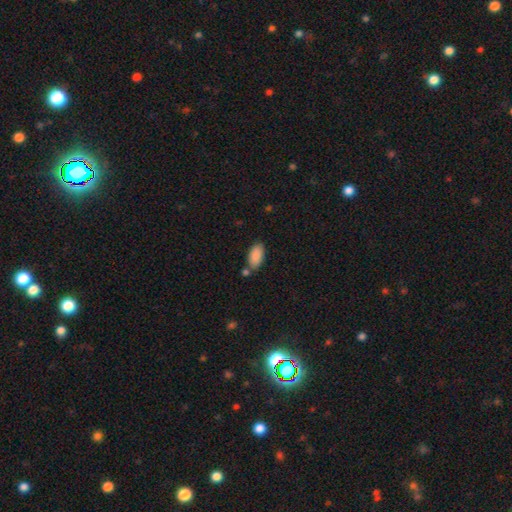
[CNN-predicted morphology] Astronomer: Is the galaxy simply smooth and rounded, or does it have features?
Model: smooth — 89%.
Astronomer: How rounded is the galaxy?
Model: in between — 94%.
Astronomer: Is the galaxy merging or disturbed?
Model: none — 69%.